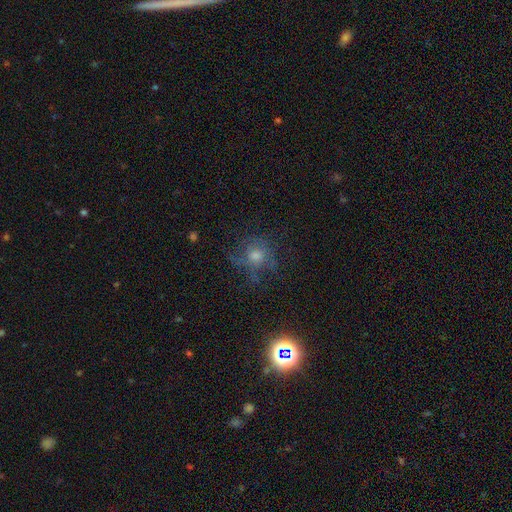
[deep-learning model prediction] Smooth or featured: smooth — 37% (featured or disk — 32%)
Merging: none — 65% (minor disturbance — 18%)